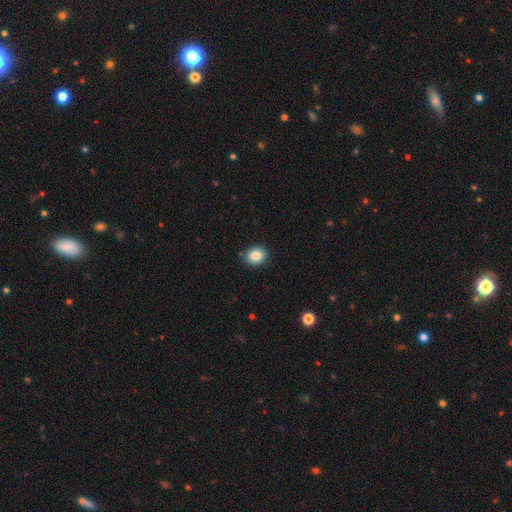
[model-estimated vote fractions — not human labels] Smooth or featured?
  - smooth: 85% *
  - star or artifact: 9%
  - featured or disk: 5%
How rounded?
  - round: 69% *
  - in between: 30%
  - cigar-shaped: 1%
Merging?
  - none: 89% *
  - minor disturbance: 8%
  - major disturbance: 2%
  - merger: 1%